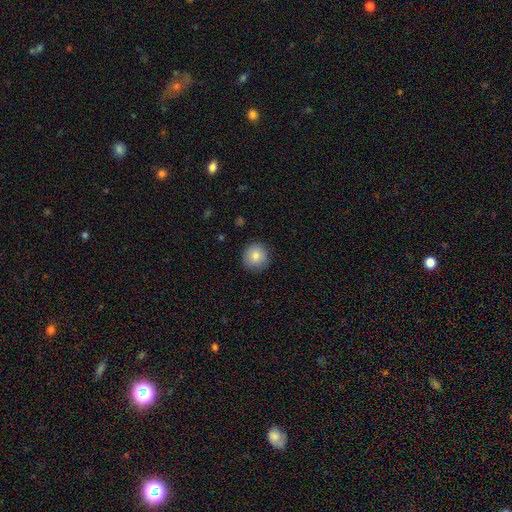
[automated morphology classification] smooth-or-featured: smooth: 82% | star or artifact: 9% | featured or disk: 9%
  how-rounded: round: 94% | in between: 5% | cigar-shaped: 1%
  merging: none: 89% | minor disturbance: 8% | major disturbance: 2% | merger: 1%